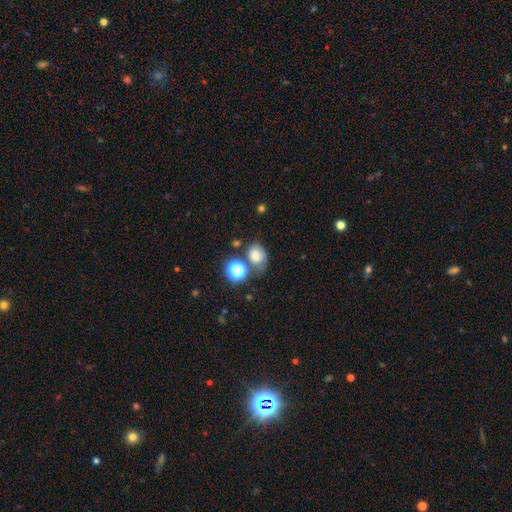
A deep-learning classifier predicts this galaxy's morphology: Smooth or featured? Predicted: smooth (p=0.74). How rounded? Predicted: in between (p=0.60). Merging? Predicted: none (p=0.55).